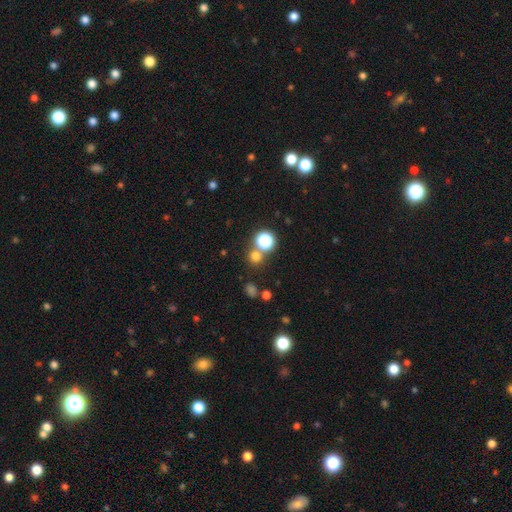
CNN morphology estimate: Smooth or featured? smooth (68%)
How rounded? round (89%)
Merging? none (70%)